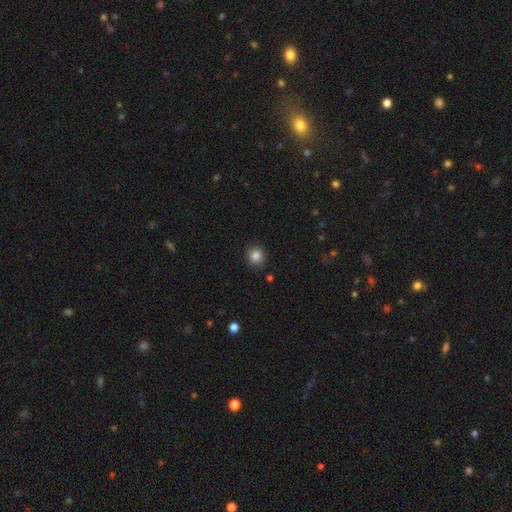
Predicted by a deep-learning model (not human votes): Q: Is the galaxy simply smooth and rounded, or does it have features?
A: smooth — 85%.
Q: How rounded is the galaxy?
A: round — 89%.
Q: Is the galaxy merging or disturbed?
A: none — 89%.